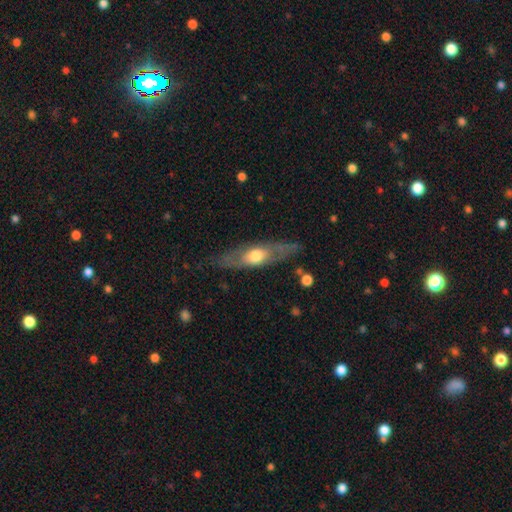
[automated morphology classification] A featured or disk galaxy (55%) viewed edge-on (56%).

Vote fractions:
- Smooth or featured? featured or disk: 55% / smooth: 39% / star or artifact: 5%
- Edge-on disk? yes: 56% / no: 44%
- Merging? none: 79% / minor disturbance: 14% / major disturbance: 5% / merger: 2%